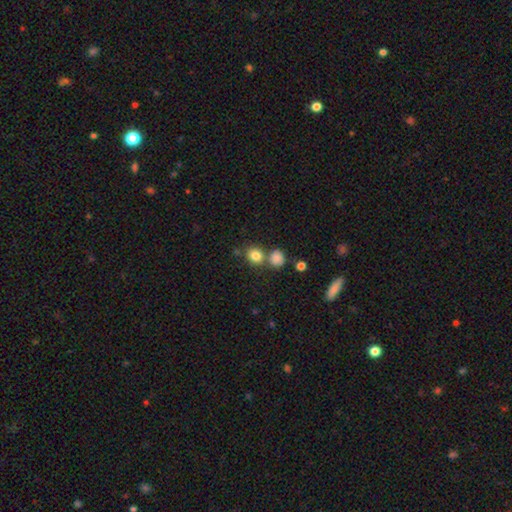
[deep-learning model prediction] Overall: smooth (82%). How rounded: round (73%). Merging: none (61%; merger 26%).